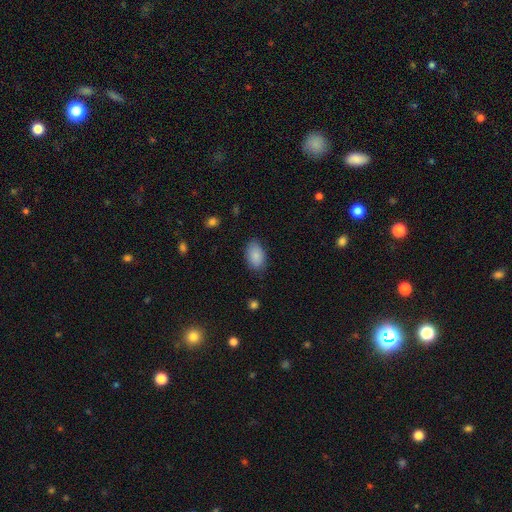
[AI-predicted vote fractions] smooth-or-featured: smooth: 87% | star or artifact: 7% | featured or disk: 6%
  how-rounded: in between: 92% | round: 6% | cigar-shaped: 1%
  merging: none: 81% | minor disturbance: 15% | major disturbance: 3% | merger: 1%